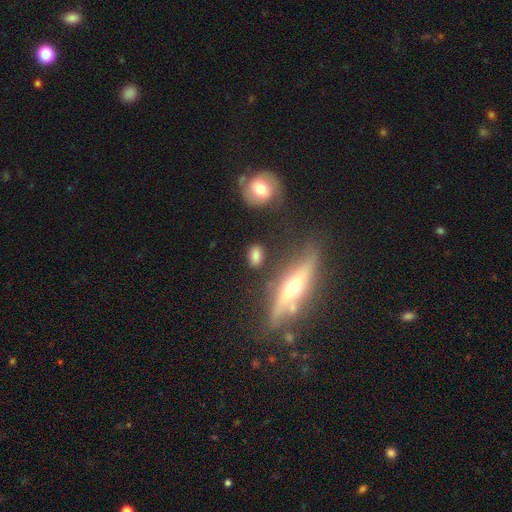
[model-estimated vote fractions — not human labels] Smooth or featured? Predicted: smooth (p=0.74). How rounded? Predicted: in between (p=0.75). Merging? Predicted: none (p=0.77).